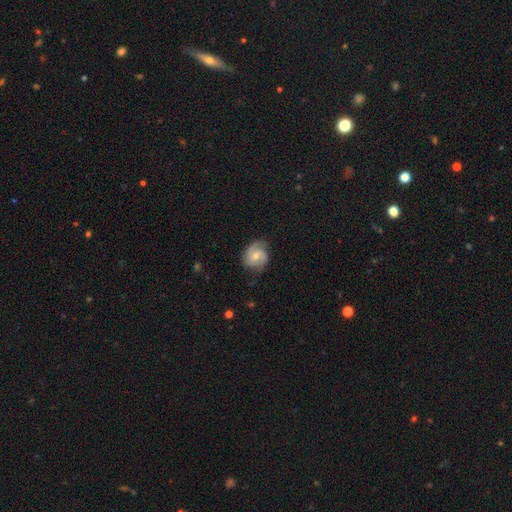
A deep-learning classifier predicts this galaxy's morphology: This appears to be a featured or disk galaxy (69%) with no bar (55%), 2 (66%) medium (42%) spiral arms (93%) and a moderate central bulge (55%). Merging: none (68%).